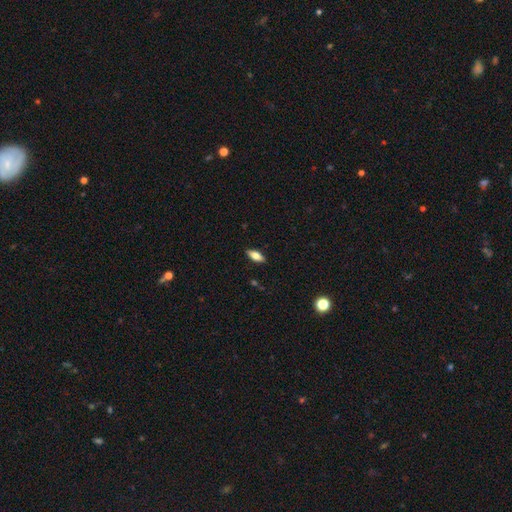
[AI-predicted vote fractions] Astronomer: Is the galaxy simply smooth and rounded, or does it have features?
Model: smooth — 68%.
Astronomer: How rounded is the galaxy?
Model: in between — 77%.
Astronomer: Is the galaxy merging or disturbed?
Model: none — 88%.